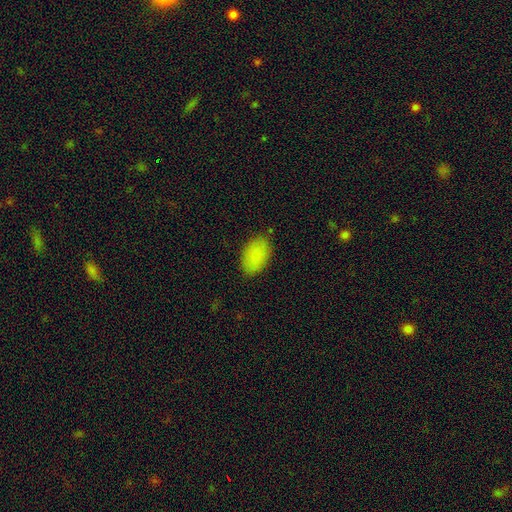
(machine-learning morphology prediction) smooth_or_featured: smooth (p=0.85) [alt: featured or disk p=0.08]
how_rounded: in between (p=0.92) [alt: round p=0.06]
merging: none (p=0.85) [alt: minor disturbance p=0.11]